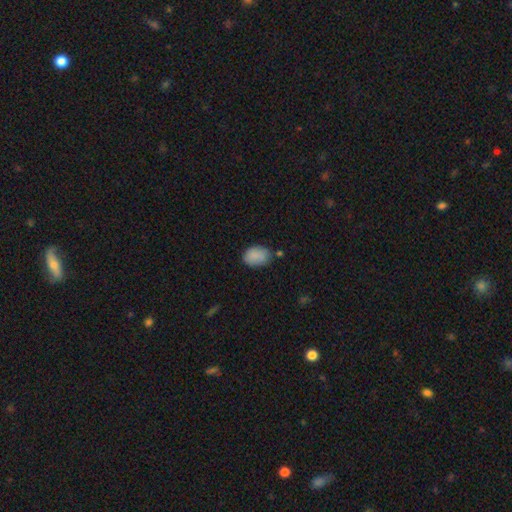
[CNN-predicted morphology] This is clearly a smooth galaxy (87%). How rounded: likely in between (80%). Merging: likely none (69%).